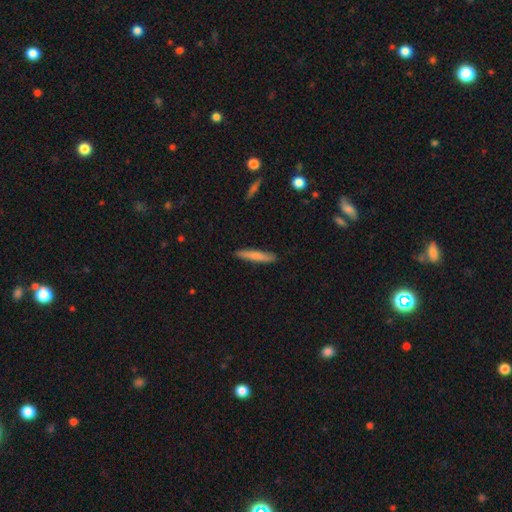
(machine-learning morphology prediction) Smooth or featured? smooth (77%)
How rounded? cigar-shaped (93%)
Merging? none (88%)